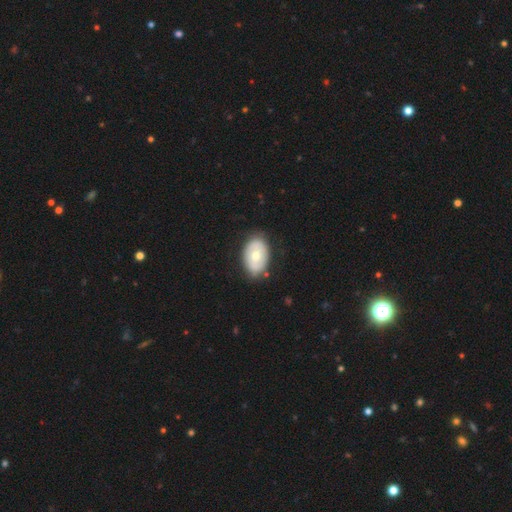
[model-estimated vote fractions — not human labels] Morphology: type=smooth (55%); roundness=in between (85%); merging=none (78%).